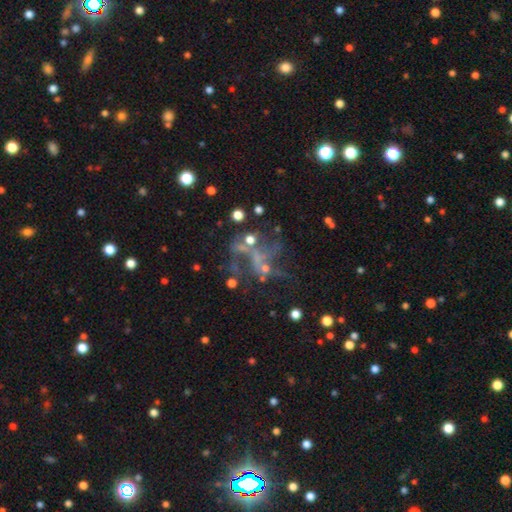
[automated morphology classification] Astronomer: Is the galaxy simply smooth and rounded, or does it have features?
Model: featured or disk — 49% (runner-up: star or artifact, 34%).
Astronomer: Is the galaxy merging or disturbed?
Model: none — 40% (runner-up: major disturbance, 31%).